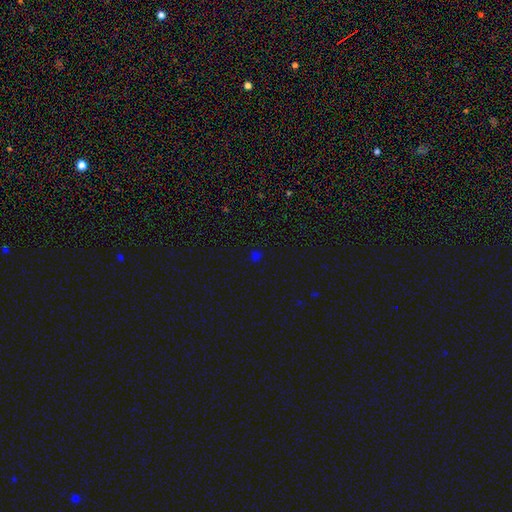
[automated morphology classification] type=smooth (52%); roundness=round (82%); merging=none (83%).